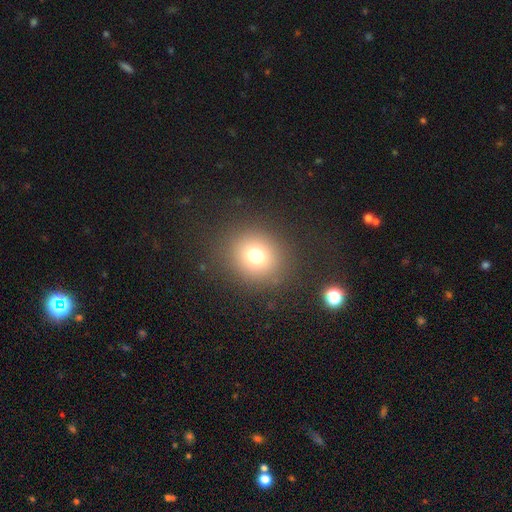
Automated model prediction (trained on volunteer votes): smooth_or_featured: smooth (p=0.73) [alt: star or artifact p=0.17]
how_rounded: round (p=0.81) [alt: in between p=0.18]
merging: none (p=0.86) [alt: minor disturbance p=0.08]